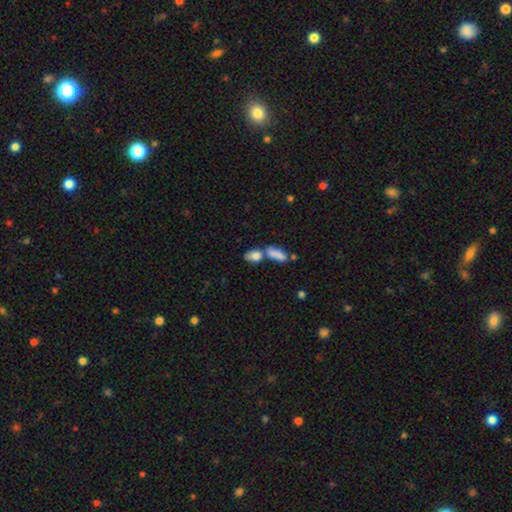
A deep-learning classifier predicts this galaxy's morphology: Smooth or featured?
  - smooth: 78% *
  - featured or disk: 13%
  - star or artifact: 8%
How rounded?
  - in between: 77% *
  - round: 13%
  - cigar-shaped: 10%
Merging?
  - merger: 52% *
  - none: 32%
  - minor disturbance: 11%
  - major disturbance: 6%